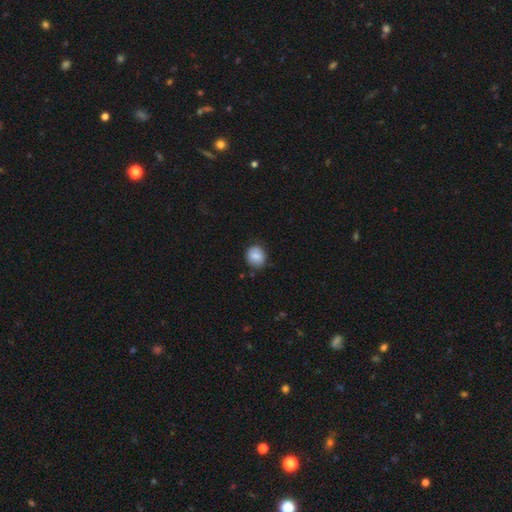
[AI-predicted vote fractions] The model was most divided on "how rounded": round: 79%, in between: 20%, cigar-shaped: 1%. More confident: smooth or featured — smooth (81%); merging — none (79%).